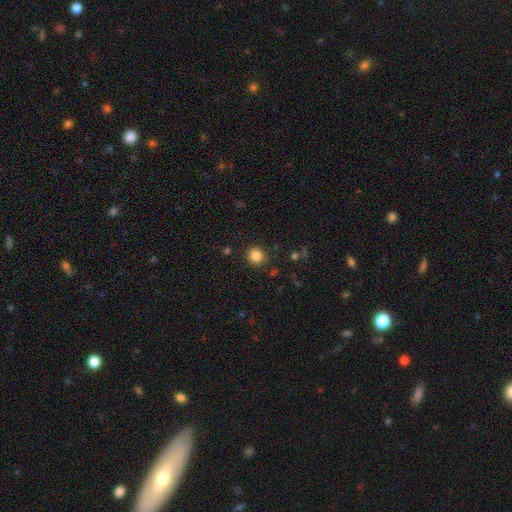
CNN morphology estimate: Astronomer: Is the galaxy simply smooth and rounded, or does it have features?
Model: smooth — 85%.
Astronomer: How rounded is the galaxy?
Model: round — 89%.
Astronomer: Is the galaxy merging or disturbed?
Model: none — 87%.